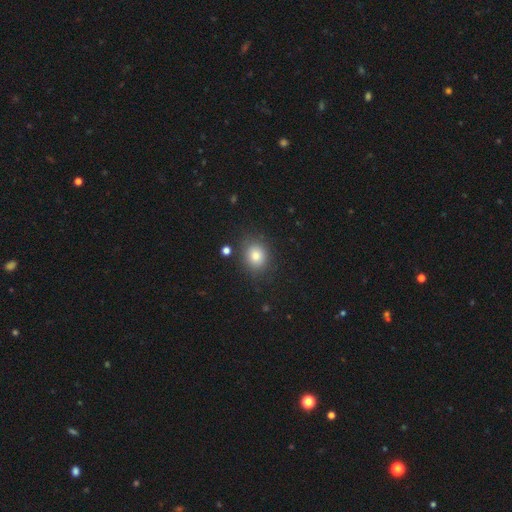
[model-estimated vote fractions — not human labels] This appears to be a smooth galaxy with no disk features (81%) that is round (64%). Merging: none (82%).